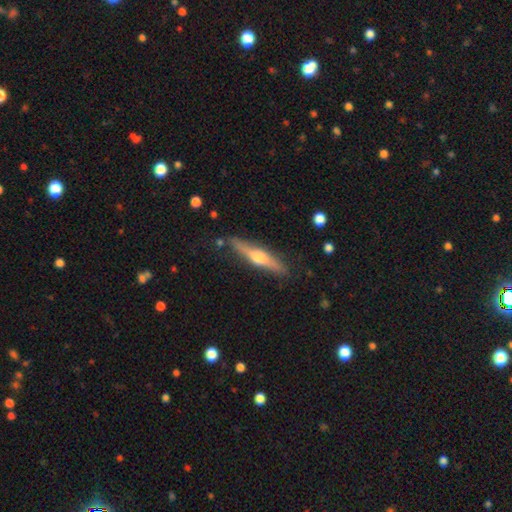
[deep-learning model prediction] This appears to be a featured or disk galaxy (62%) viewed edge-on (95%) with a rounded central bulge (92%). Merging: none (86%).